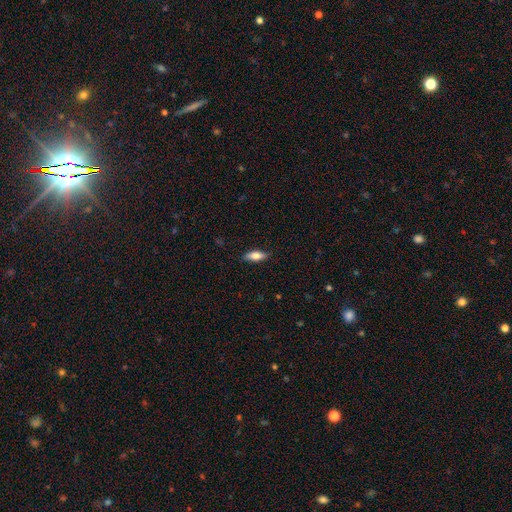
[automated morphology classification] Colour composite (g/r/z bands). It shows a smooth galaxy with no disk features (73%) that is in between round and cigar-shaped (67%). Merging: none (85%).